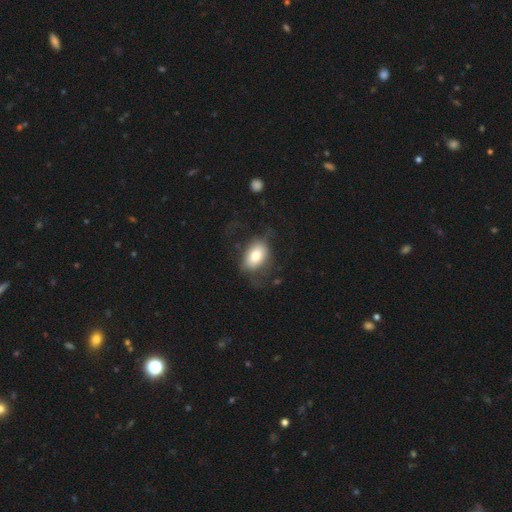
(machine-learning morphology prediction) A smooth galaxy with no disk features (73%) that is in between round and cigar-shaped (83%).

Vote fractions:
- Smooth or featured? smooth: 73% / featured or disk: 20% / star or artifact: 8%
- How rounded? in between: 83% / round: 15% / cigar-shaped: 2%
- Merging? none: 51% / major disturbance: 24% / minor disturbance: 23% / merger: 2%